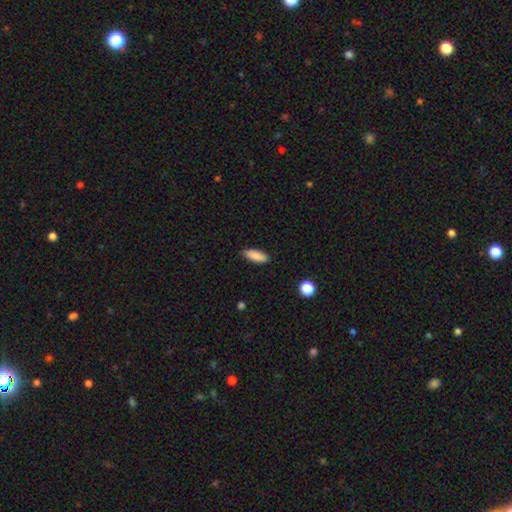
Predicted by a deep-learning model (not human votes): Smooth or featured: smooth — 87% (star or artifact — 7%)
How rounded: in between — 70% (cigar-shaped — 28%)
Merging: none — 86% (minor disturbance — 11%)